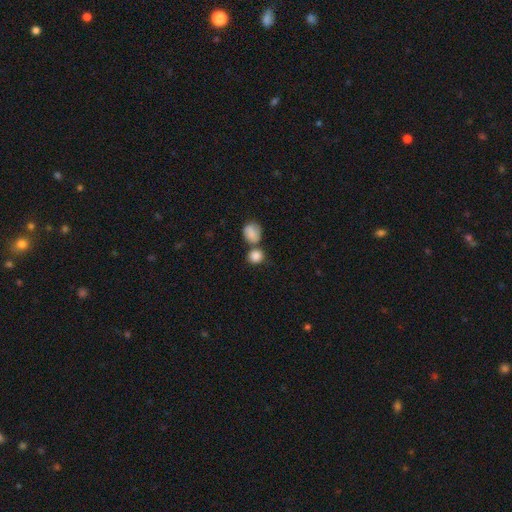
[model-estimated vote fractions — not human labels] Smooth or featured? Predicted: smooth (p=0.86). How rounded? Predicted: round (p=0.73). Merging? Predicted: none (p=0.47).